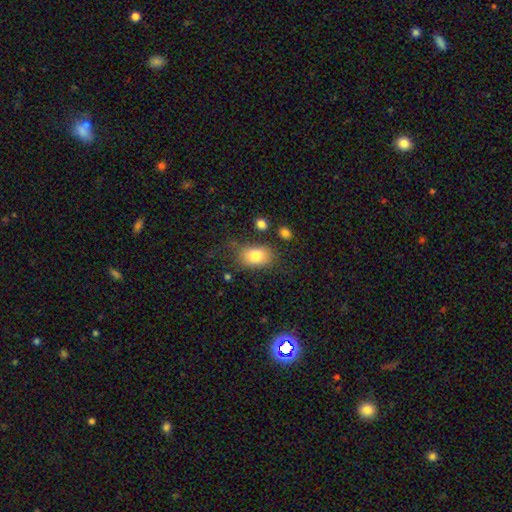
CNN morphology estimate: A smooth galaxy with no disk features (81%) that is in between round and cigar-shaped (81%). Merging: none (66%).